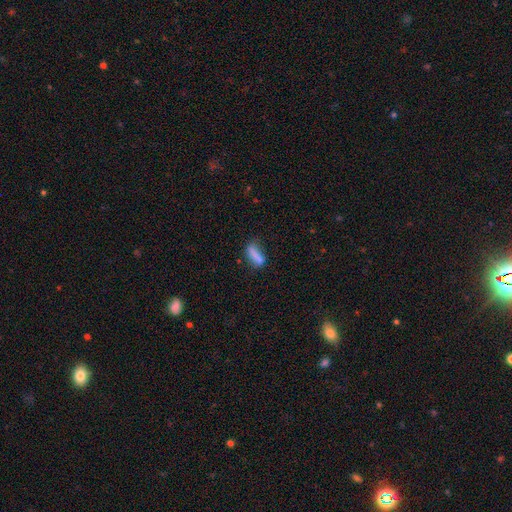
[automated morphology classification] Smooth or featured? smooth (75%)
How rounded? in between (49%)
Merging? none (53%)